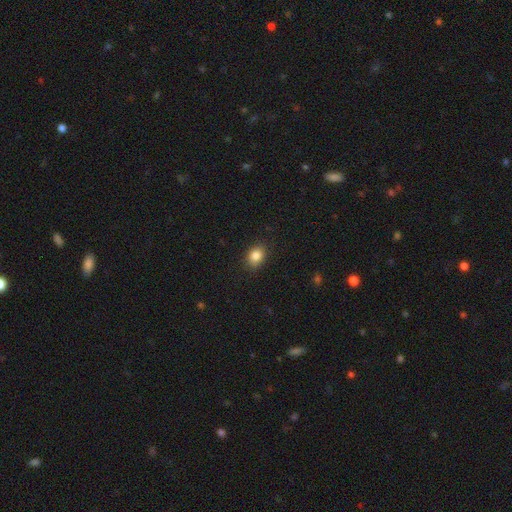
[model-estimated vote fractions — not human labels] Smooth or featured?
  - smooth: 85% *
  - star or artifact: 10%
  - featured or disk: 5%
How rounded?
  - in between: 58% *
  - round: 41%
  - cigar-shaped: 1%
Merging?
  - none: 86% *
  - minor disturbance: 10%
  - major disturbance: 2%
  - merger: 1%